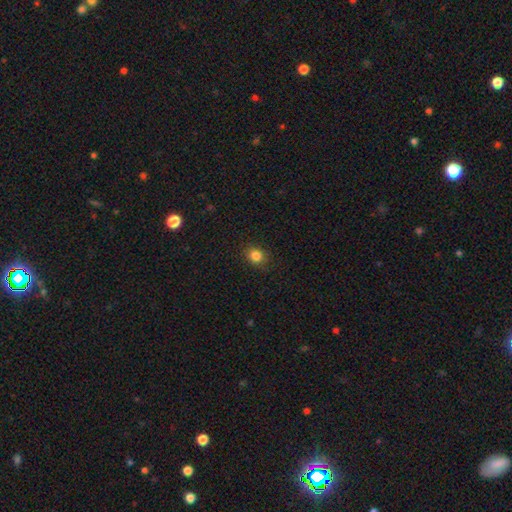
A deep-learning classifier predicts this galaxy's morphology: Q: Smooth or featured?
A: smooth (84%); runner-up: star or artifact (12%)
Q: How rounded?
A: round (74%); runner-up: in between (26%)
Q: Merging?
A: none (88%); runner-up: minor disturbance (9%)